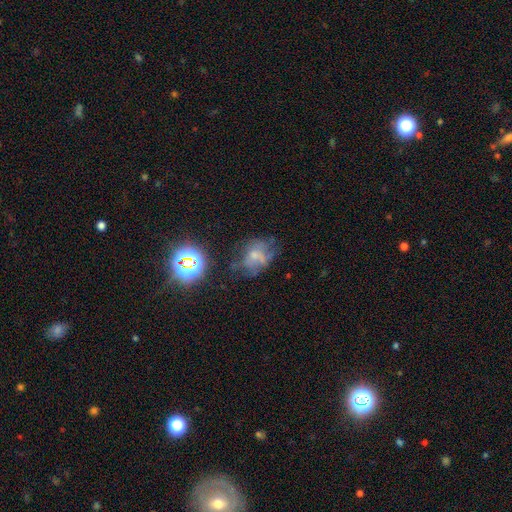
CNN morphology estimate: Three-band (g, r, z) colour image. It shows a smooth galaxy with no disk features (40%). Merging: none (39%).